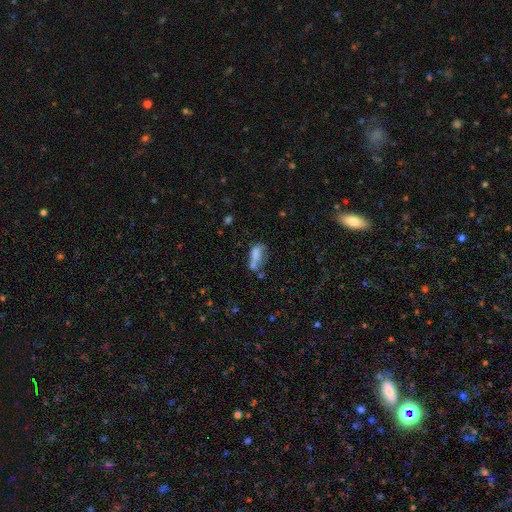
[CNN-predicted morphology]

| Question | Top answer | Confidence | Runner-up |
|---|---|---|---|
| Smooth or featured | smooth | 64% | featured or disk (24%) |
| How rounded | in between | 78% | cigar-shaped (16%) |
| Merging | merger | 37% | none (26%) |